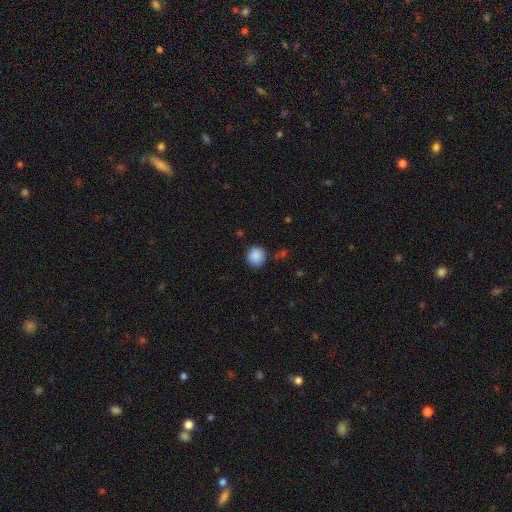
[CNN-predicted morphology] A smooth galaxy with no disk features (89%) that is round (88%). Merging: none (84%).